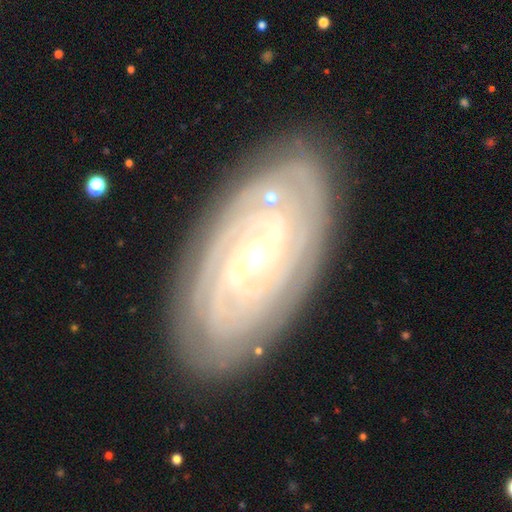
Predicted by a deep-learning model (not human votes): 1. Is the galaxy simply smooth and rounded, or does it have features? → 85% featured or disk, 9% smooth, 6% star or artifact.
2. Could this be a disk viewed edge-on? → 93% no, 7% yes.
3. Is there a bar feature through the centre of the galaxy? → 42% no, 38% weak, 20% strong.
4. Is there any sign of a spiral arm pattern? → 93% yes, 7% no.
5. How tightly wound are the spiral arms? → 82% tight, 15% medium, 3% loose.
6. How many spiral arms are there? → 41% can't tell, 17% 2, 14% 3, 12% 4, 10% more than 4, 6% 1.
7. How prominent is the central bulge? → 51% moderate, 44% small, 3% large, 1% none, 1% dominant.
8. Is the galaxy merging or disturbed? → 82% none, 12% minor disturbance, 3% major disturbance, 2% merger.